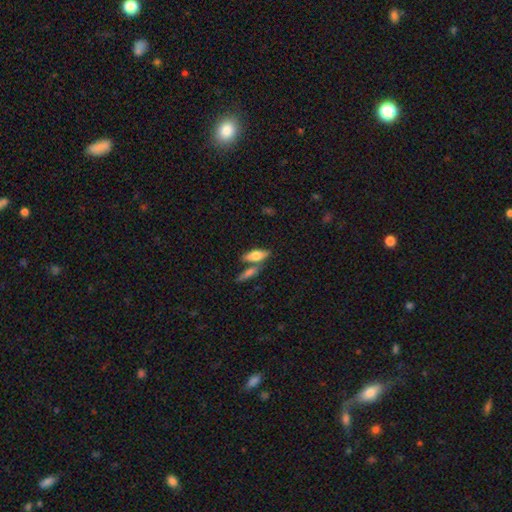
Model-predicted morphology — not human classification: This appears to be a smooth galaxy with no disk features (68%) that is in between round and cigar-shaped (66%). Merging: none (57%).